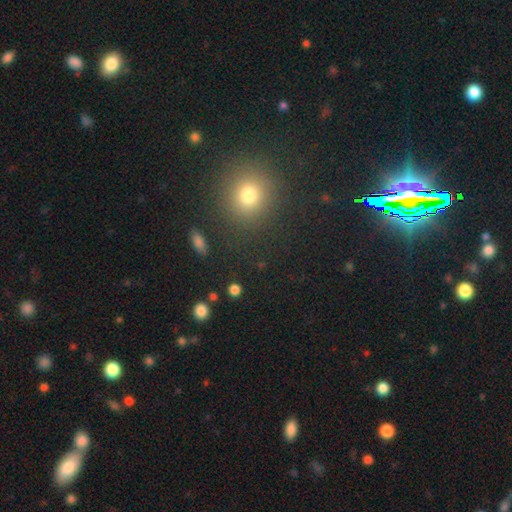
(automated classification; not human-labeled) The model was most divided on "smooth or featured": smooth: 50%, star or artifact: 42%, featured or disk: 8%. More confident: merging — none (90%); how rounded — round (86%).